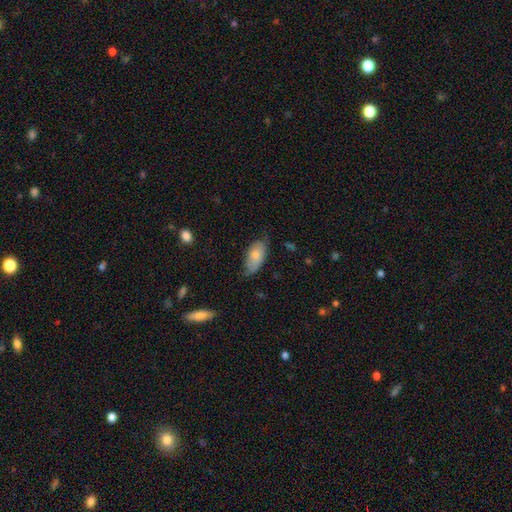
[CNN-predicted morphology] Smooth or featured? Predicted: smooth (p=0.74). How rounded? Predicted: in between (p=0.92). Merging? Predicted: none (p=0.57).